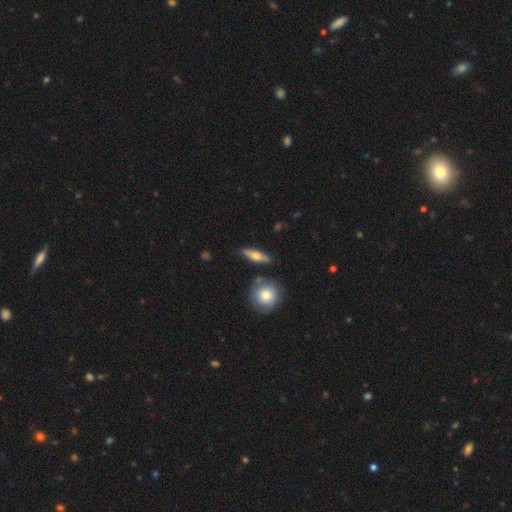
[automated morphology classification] type=smooth (49%); merging=none (82%).